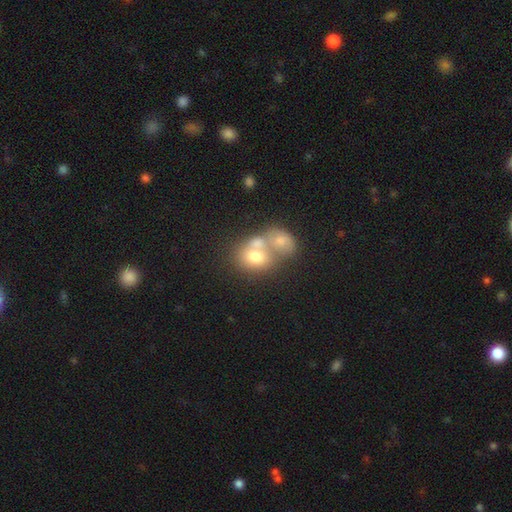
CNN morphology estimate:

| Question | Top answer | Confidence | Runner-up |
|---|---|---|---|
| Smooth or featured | smooth | 65% | featured or disk (24%) |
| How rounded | round | 50% | in between (49%) |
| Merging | merger | 65% | none (22%) |